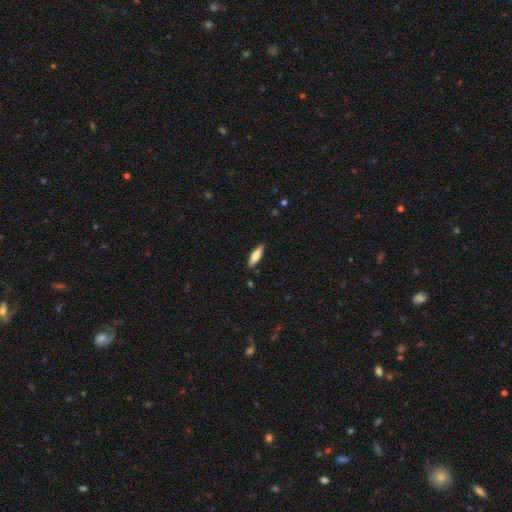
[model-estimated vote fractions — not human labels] This appears to be a smooth galaxy with no disk features (74%) that is cigar-shaped (60%). Merging: none (87%).